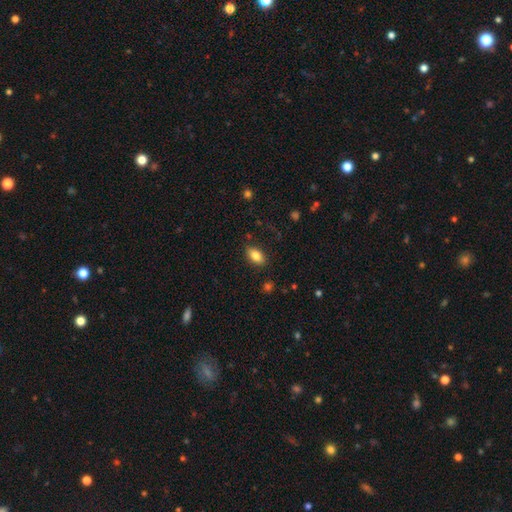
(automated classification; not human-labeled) The model was most divided on "merging": none: 85%, minor disturbance: 10%, major disturbance: 3%, merger: 1%. More confident: how rounded — in between (91%); smooth or featured — smooth (84%).